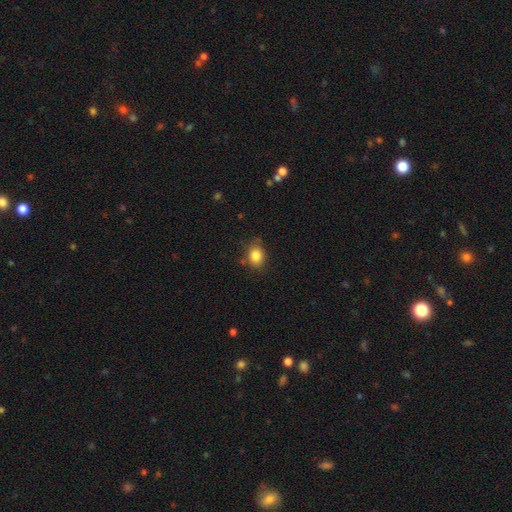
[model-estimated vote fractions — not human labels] Smooth or featured?
  - smooth: 84% *
  - star or artifact: 10%
  - featured or disk: 6%
How rounded?
  - in between: 51% *
  - round: 48%
  - cigar-shaped: 1%
Merging?
  - none: 78% *
  - minor disturbance: 16%
  - major disturbance: 4%
  - merger: 2%